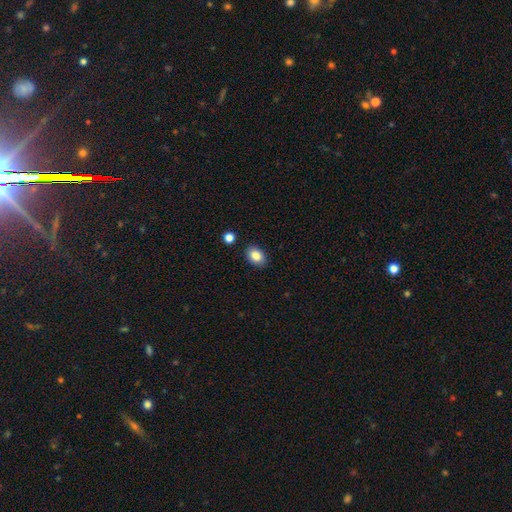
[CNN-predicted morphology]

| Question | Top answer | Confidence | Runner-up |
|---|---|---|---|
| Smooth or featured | smooth | 86% | star or artifact (9%) |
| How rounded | in between | 77% | round (21%) |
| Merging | none | 85% | minor disturbance (10%) |